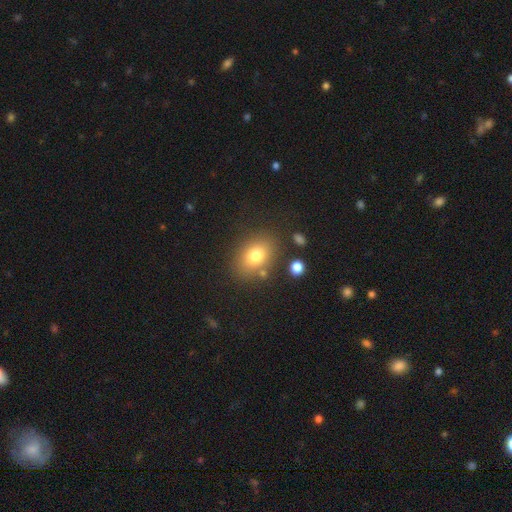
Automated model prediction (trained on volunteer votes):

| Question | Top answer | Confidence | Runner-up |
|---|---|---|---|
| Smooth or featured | smooth | 78% | featured or disk (11%) |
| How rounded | in between | 69% | round (30%) |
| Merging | none | 79% | minor disturbance (12%) |